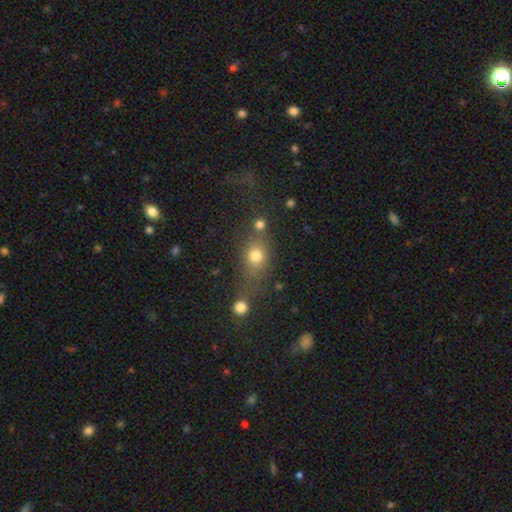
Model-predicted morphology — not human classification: Q: Smooth or featured?
A: smooth (73%); runner-up: star or artifact (17%)
Q: How rounded?
A: round (57%); runner-up: in between (39%)
Q: Merging?
A: none (58%); runner-up: merger (20%)